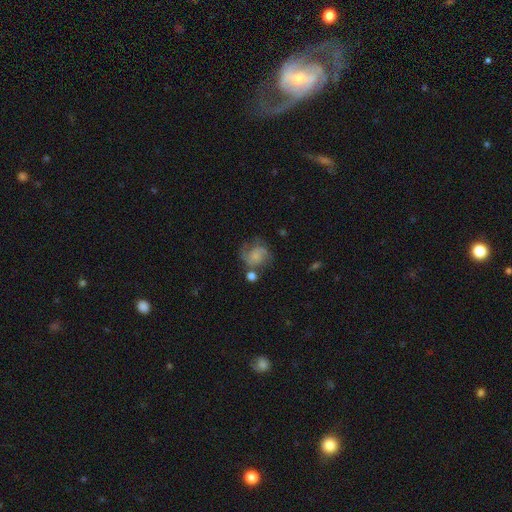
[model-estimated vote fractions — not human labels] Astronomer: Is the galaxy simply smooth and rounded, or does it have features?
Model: featured or disk — 62%.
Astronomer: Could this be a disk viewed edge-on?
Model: no — 98%.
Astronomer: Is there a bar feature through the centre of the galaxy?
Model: no — 70%.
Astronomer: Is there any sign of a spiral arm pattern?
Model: yes — 89%.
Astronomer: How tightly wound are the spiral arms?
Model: medium — 48% (runner-up: tight, 28%).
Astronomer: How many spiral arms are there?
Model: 2 — 66%.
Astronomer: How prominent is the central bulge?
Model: none — 42% (runner-up: small, 34%).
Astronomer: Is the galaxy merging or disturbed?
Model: none — 55%.